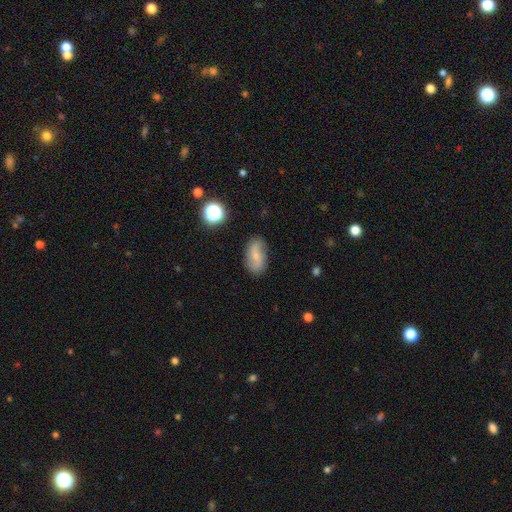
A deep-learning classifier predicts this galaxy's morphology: This is possibly a featured or disk galaxy (46%). Merging: likely none (80%).